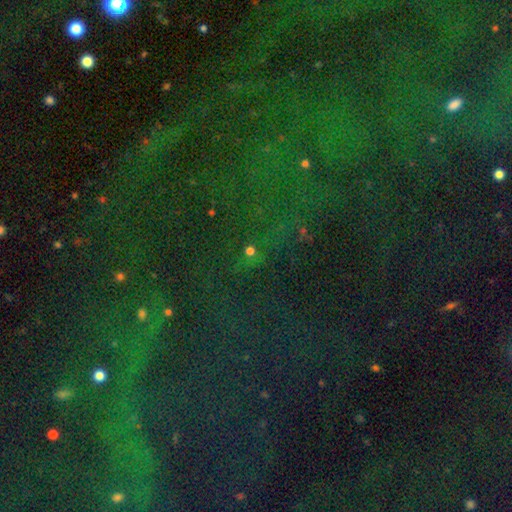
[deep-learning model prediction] The model was most divided on "smooth or featured": star or artifact: 79%, smooth: 12%, featured or disk: 9%.